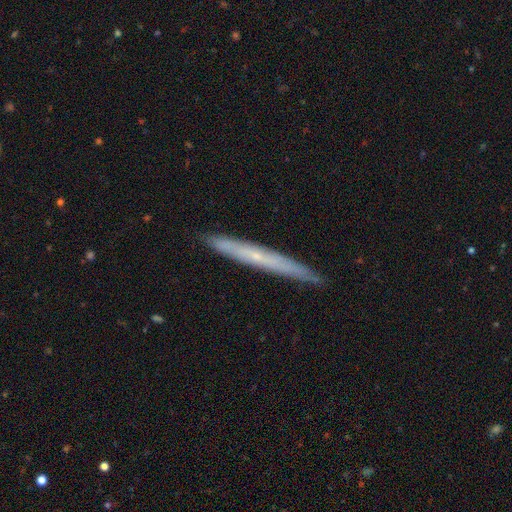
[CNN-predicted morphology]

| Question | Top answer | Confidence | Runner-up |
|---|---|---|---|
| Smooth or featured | featured or disk | 57% | smooth (36%) |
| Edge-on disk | yes | 91% | no (9%) |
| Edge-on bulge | none | 67% | rounded (30%) |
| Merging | none | 87% | minor disturbance (10%) |